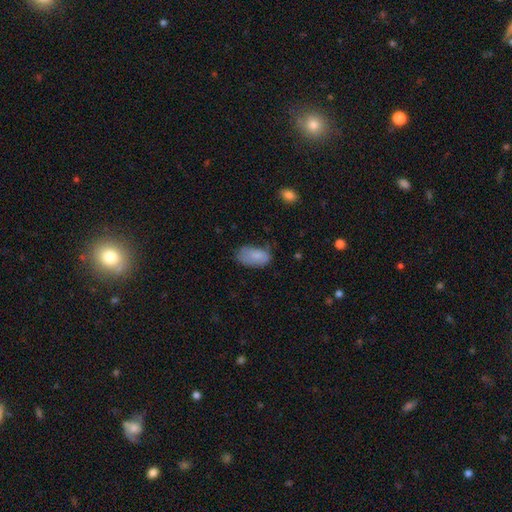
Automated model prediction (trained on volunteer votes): Q: Smooth or featured?
A: smooth (83%); runner-up: featured or disk (10%)
Q: How rounded?
A: in between (94%); runner-up: round (4%)
Q: Merging?
A: none (55%); runner-up: minor disturbance (33%)